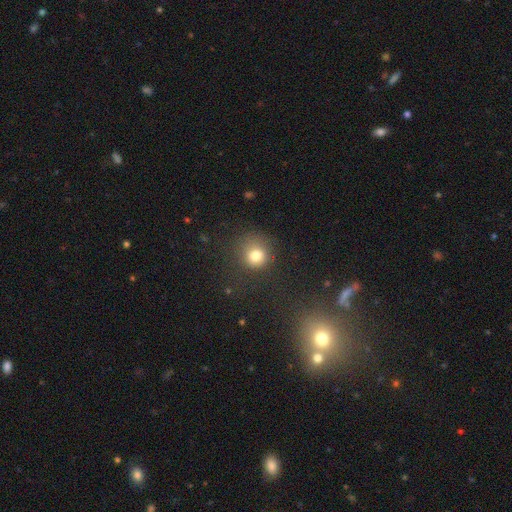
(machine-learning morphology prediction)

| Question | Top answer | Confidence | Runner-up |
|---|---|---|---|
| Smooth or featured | smooth | 79% | star or artifact (14%) |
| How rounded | round | 89% | in between (10%) |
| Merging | none | 74% | minor disturbance (15%) |